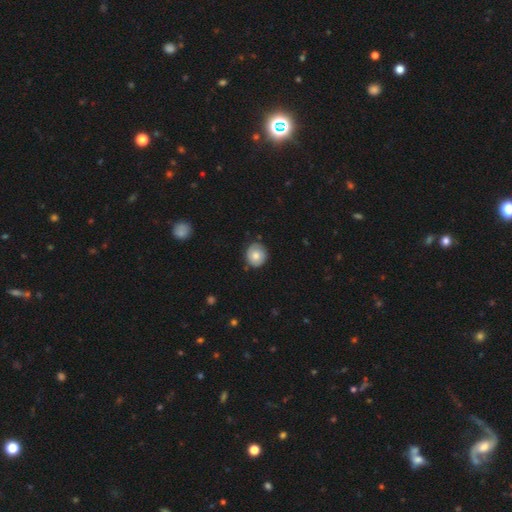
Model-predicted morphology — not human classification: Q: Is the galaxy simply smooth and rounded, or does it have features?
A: smooth — 73%.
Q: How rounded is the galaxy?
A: round — 85%.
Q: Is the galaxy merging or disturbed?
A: none — 80%.